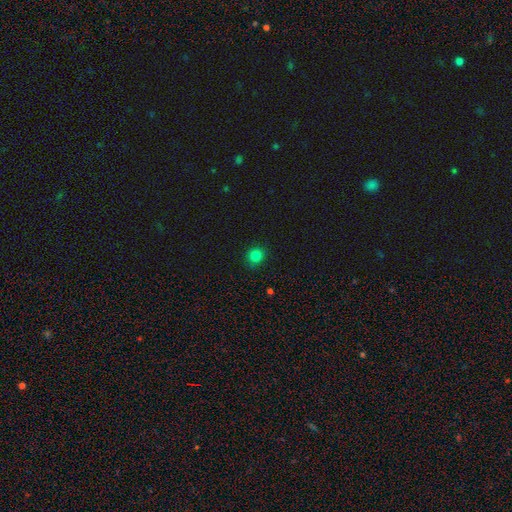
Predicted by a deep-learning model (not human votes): Smooth or featured: smooth — 81% (star or artifact — 15%)
How rounded: round — 86% (in between — 13%)
Merging: none — 89% (minor disturbance — 8%)